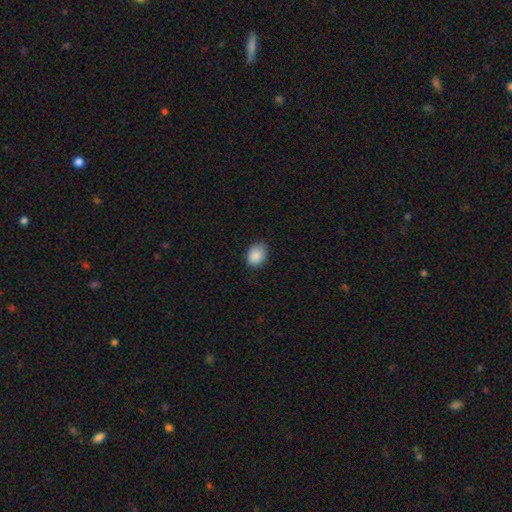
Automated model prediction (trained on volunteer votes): This appears to be a smooth galaxy with no disk features (89%) that is in between round and cigar-shaped (69%). Merging: none (76%).